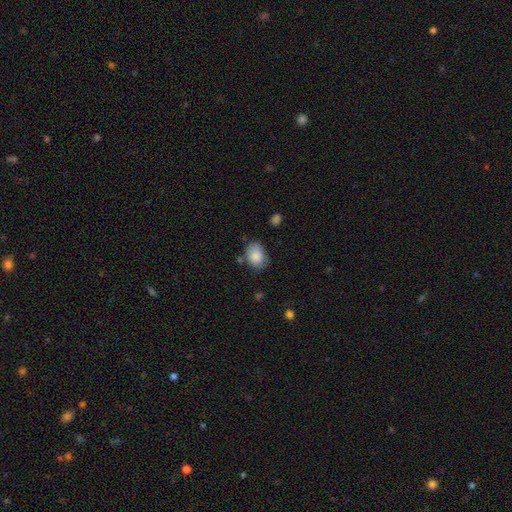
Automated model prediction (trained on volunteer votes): smooth-or-featured: smooth: 84% | featured or disk: 8% | star or artifact: 7%
  how-rounded: in between: 69% | round: 30% | cigar-shaped: 1%
  merging: none: 59% | minor disturbance: 29% | major disturbance: 7% | merger: 5%